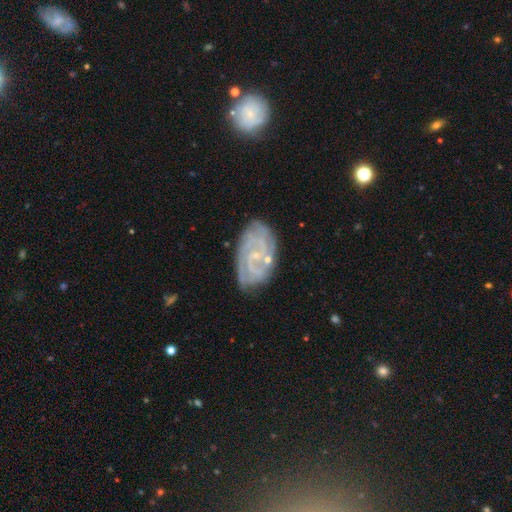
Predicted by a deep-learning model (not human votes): Smooth or featured? Predicted: featured or disk (p=0.83). Edge-on disk? Predicted: no (p=0.96). Bar? Predicted: no (p=0.53). Spiral arms? Predicted: yes (p=0.95). Spiral winding? Predicted: tight (p=0.65). Spiral arm count? Predicted: 2 (p=0.28). Bulge size? Predicted: small (p=0.74). Merging? Predicted: none (p=0.75).